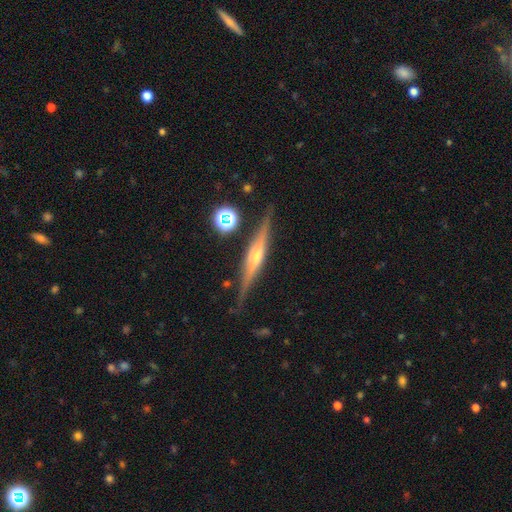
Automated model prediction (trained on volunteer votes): Morphology: type=featured or disk (77%); edge-on=yes (97%); edge-on bulge=rounded (77%); merging=none (84%).